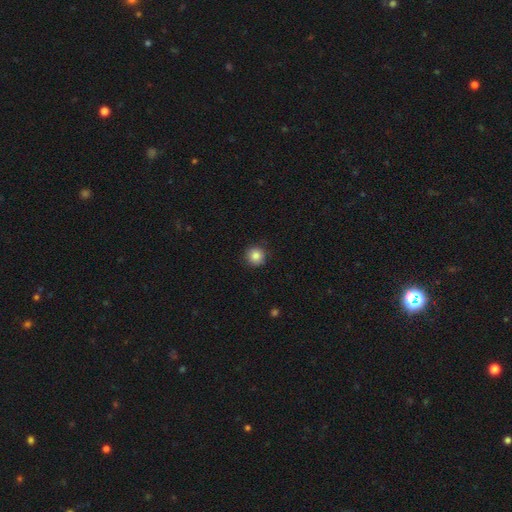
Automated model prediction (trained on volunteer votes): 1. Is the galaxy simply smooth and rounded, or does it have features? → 85% smooth, 10% star or artifact, 5% featured or disk.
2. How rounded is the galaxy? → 94% round, 5% in between, 1% cigar-shaped.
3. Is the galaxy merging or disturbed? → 88% none, 8% minor disturbance, 2% major disturbance, 1% merger.